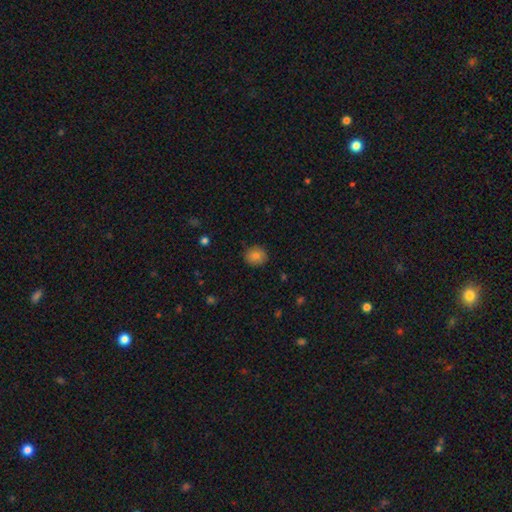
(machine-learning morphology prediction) This appears to be a smooth galaxy with no disk features (83%) that is round (75%). Merging: none (88%).